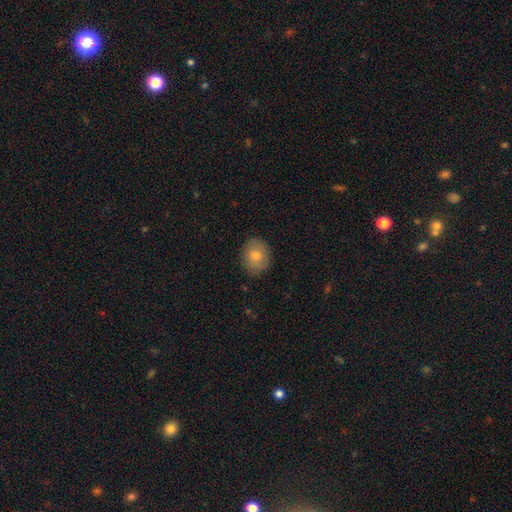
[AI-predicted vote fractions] Smooth or featured? Predicted: smooth (p=0.75). How rounded? Predicted: round (p=0.52). Merging? Predicted: none (p=0.86).